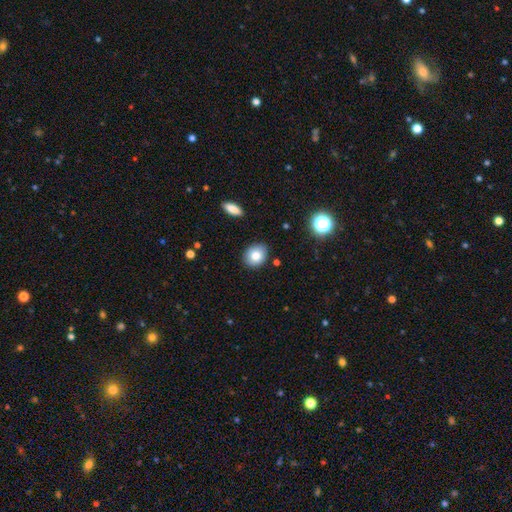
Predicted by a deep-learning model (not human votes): The model was most divided on "how rounded": in between: 50%, round: 49%, cigar-shaped: 1%. More confident: merging — none (86%); smooth or featured — smooth (81%).